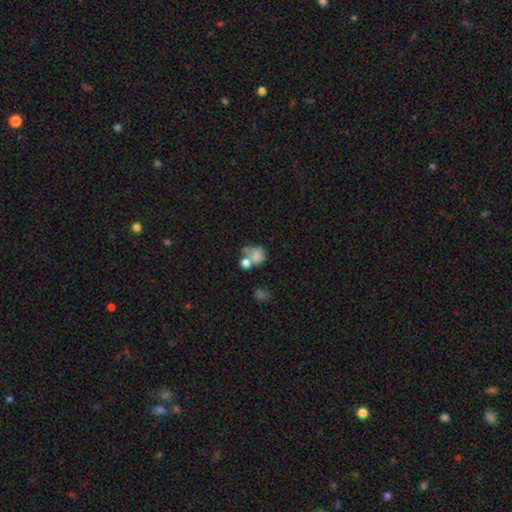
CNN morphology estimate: Overall: smooth (75%). How rounded: round (75%). Merging: merger (44%; none 33%).